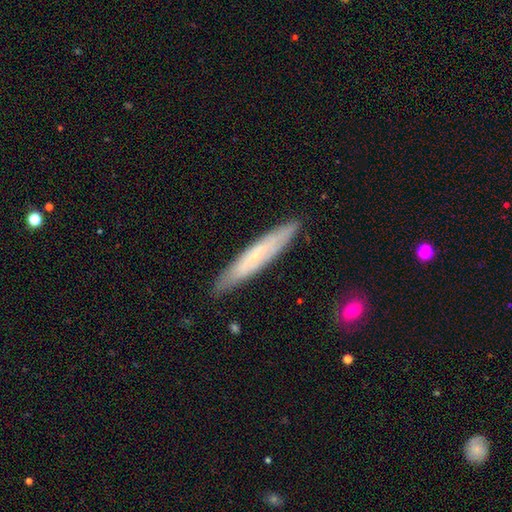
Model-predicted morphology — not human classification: smooth-or-featured: featured or disk: 53% | smooth: 41% | star or artifact: 7%
  disk-edge-on: yes: 68% | no: 32%
  merging: none: 86% | minor disturbance: 10% | major disturbance: 2% | merger: 1%